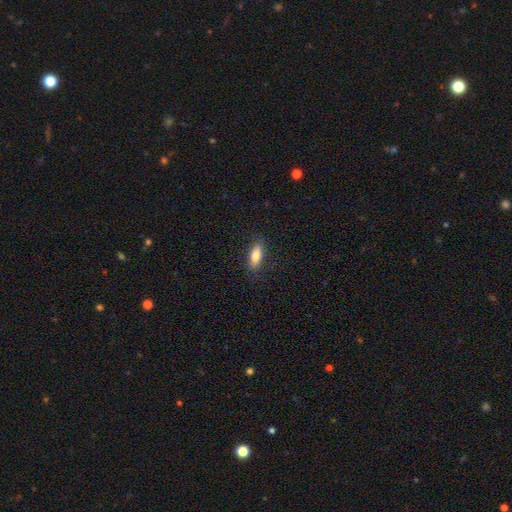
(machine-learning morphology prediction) smooth-or-featured: smooth: 79% | featured or disk: 14% | star or artifact: 7%
  how-rounded: in between: 65% | cigar-shaped: 33% | round: 2%
  merging: none: 85% | minor disturbance: 11% | major disturbance: 3% | merger: 1%